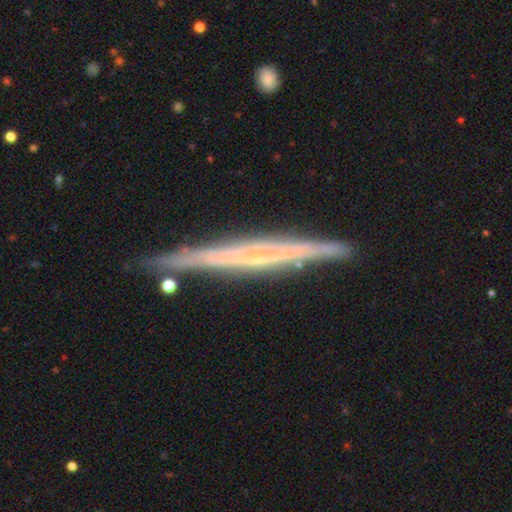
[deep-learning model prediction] Smooth or featured: featured or disk — 76% (smooth — 17%)
Edge-on disk: yes — 95% (no — 5%)
Edge-on bulge: none — 69% (rounded — 23%)
Merging: none — 83% (minor disturbance — 12%)